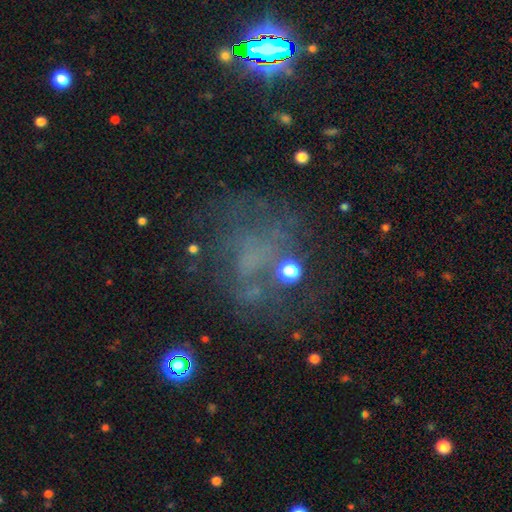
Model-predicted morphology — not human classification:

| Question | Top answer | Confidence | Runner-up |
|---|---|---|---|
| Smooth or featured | featured or disk | 42% | star or artifact (34%) |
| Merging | none | 52% | major disturbance (25%) |